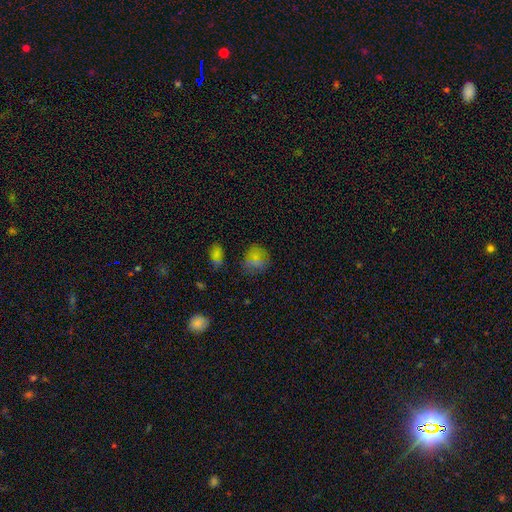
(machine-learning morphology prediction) Smooth or featured? Predicted: smooth (p=0.68). How rounded? Predicted: round (p=0.78). Merging? Predicted: none (p=0.71).